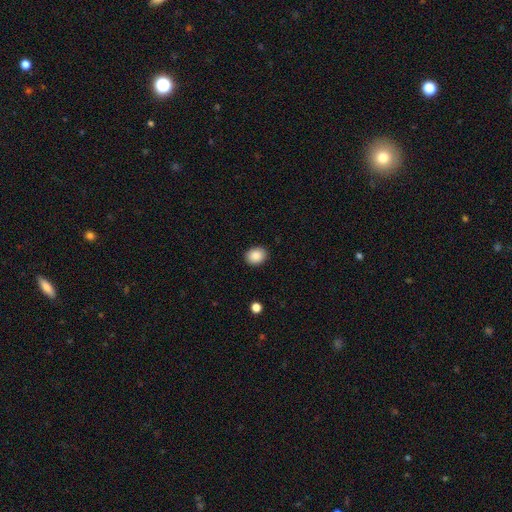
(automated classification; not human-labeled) smooth 89%, star or artifact 8%, featured or disk 3%. Down the decision tree: how rounded — in between (52%); merging — none (90%).